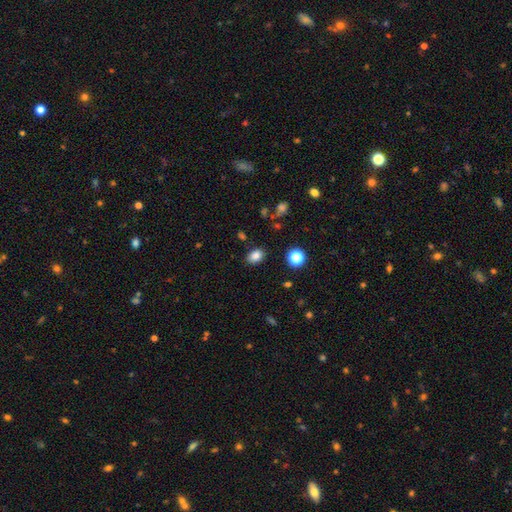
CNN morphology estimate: smooth-or-featured: smooth: 83% | star or artifact: 12% | featured or disk: 5%
  how-rounded: in between: 74% | round: 25% | cigar-shaped: 1%
  merging: none: 84% | minor disturbance: 10% | major disturbance: 3% | merger: 2%